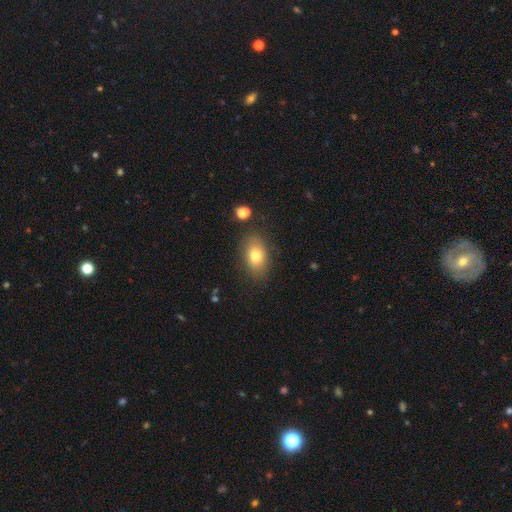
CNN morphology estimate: Smooth or featured? Predicted: smooth (p=0.76). How rounded? Predicted: in between (p=0.84). Merging? Predicted: none (p=0.81).